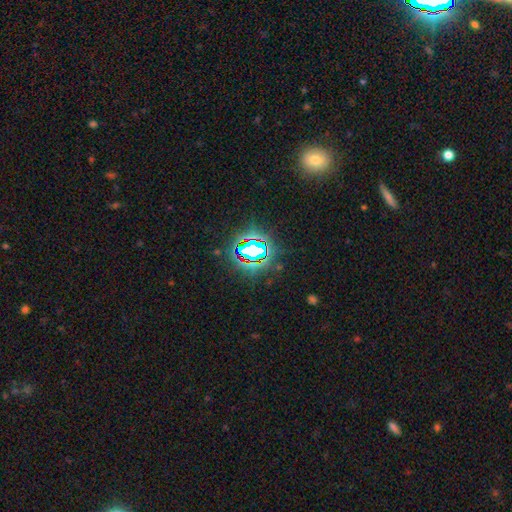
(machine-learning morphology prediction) Overall: star or artifact (78%).